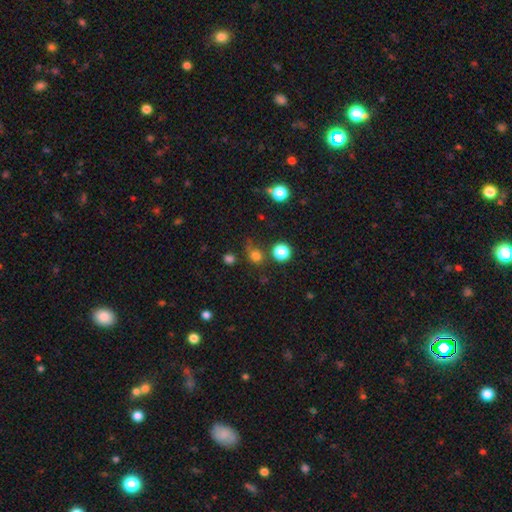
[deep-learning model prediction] Smooth or featured: smooth — 74% (star or artifact — 21%)
How rounded: round — 88% (in between — 11%)
Merging: none — 69% (minor disturbance — 14%)